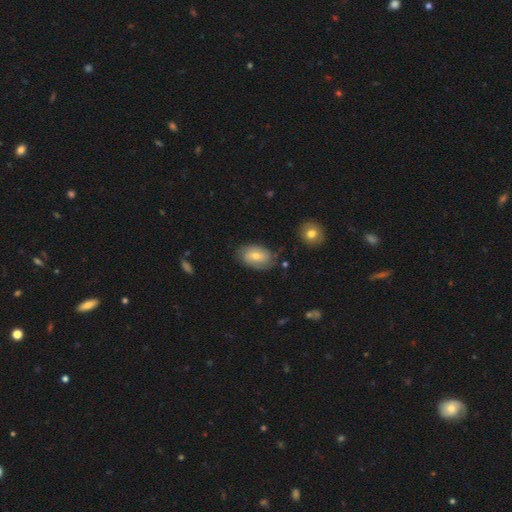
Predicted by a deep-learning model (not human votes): Smooth or featured? Predicted: featured or disk (p=0.50). Edge-on disk? Predicted: no (p=0.94). Merging? Predicted: none (p=0.76).